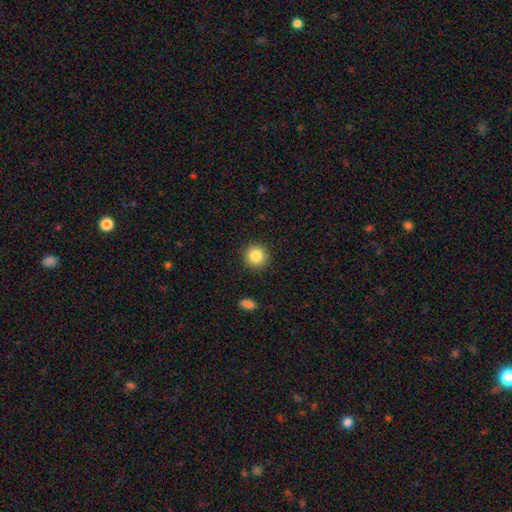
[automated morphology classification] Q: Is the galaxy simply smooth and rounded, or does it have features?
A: smooth — 85%.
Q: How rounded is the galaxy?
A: round — 93%.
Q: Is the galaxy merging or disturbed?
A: none — 91%.